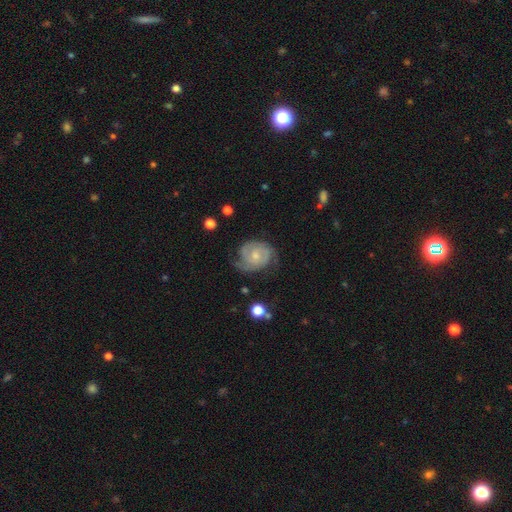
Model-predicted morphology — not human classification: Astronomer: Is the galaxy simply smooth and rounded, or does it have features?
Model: featured or disk — 80%.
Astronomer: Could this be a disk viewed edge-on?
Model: no — 98%.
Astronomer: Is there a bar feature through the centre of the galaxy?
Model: no — 65%.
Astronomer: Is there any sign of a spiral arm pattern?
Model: yes — 94%.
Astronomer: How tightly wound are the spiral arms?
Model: tight — 58% (runner-up: medium, 33%).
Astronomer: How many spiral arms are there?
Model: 2 — 48%.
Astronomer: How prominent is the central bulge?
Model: small — 53% (runner-up: moderate, 40%).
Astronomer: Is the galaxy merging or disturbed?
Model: none — 60%.